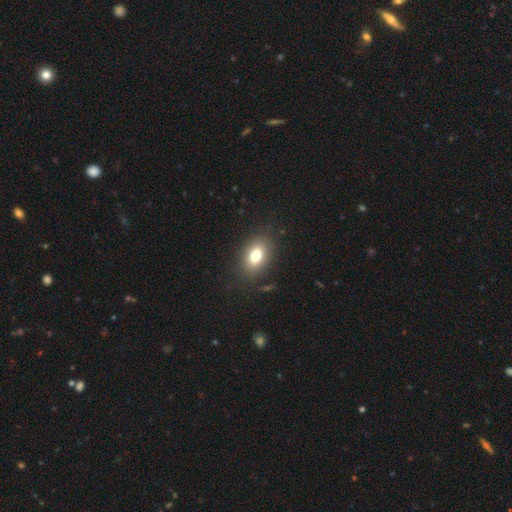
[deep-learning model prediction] Smooth or featured: smooth — 77% (featured or disk — 12%)
How rounded: in between — 80% (round — 18%)
Merging: none — 85% (minor disturbance — 10%)